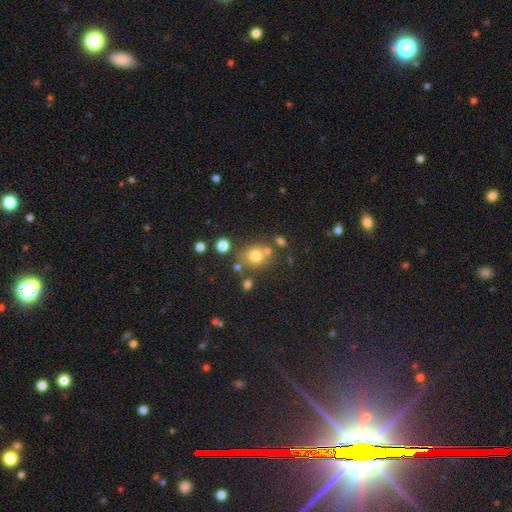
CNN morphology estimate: type=smooth (74%); roundness=round (71%); merging=none (68%).